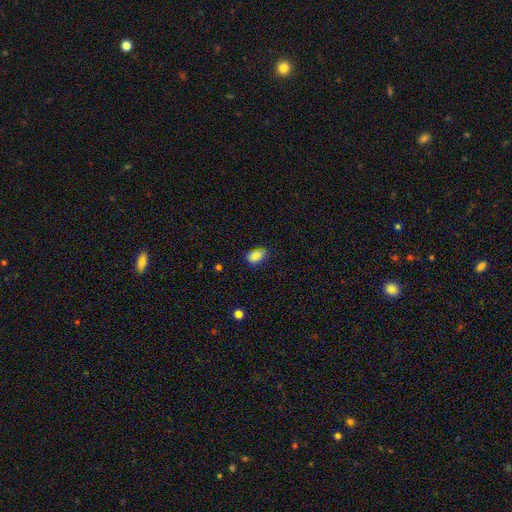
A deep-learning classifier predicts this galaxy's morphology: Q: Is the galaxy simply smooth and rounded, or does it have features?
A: smooth — 86%.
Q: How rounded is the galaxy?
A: in between — 88%.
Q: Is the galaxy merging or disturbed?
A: none — 60%.